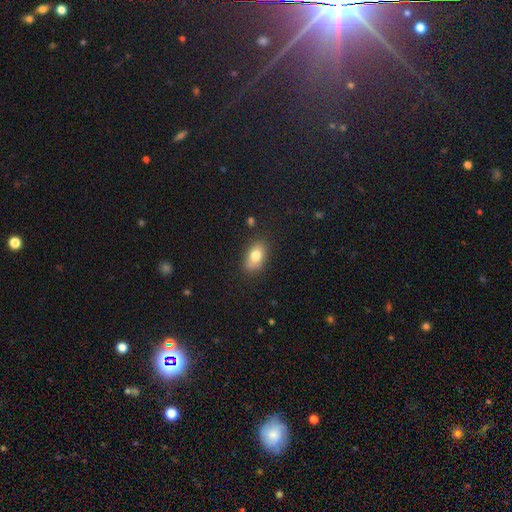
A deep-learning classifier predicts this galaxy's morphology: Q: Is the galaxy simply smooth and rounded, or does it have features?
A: smooth — 78%.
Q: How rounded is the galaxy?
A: in between — 86%.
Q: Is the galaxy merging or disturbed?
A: none — 79%.